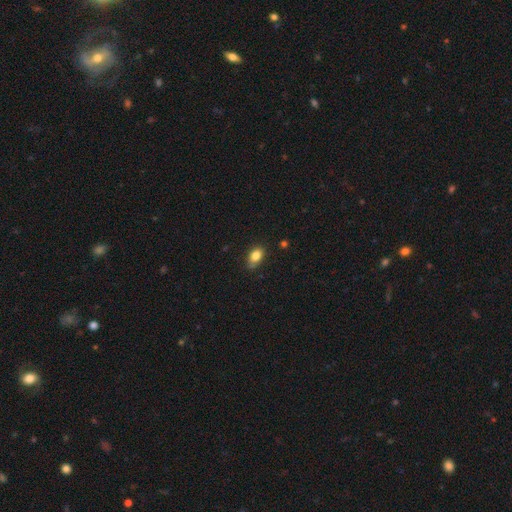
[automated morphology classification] This appears to be a smooth galaxy with no disk features (84%) that is in between round and cigar-shaped (84%). Merging: none (77%).